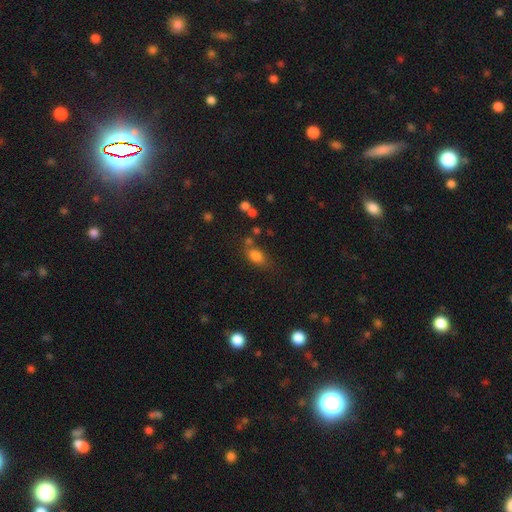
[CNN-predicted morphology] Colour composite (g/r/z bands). It shows a smooth galaxy with no disk features (80%) that is in between round and cigar-shaped (80%). Merging: none (60%).